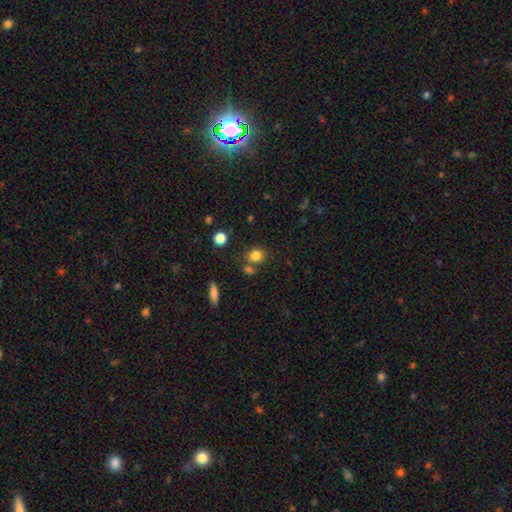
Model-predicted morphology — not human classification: A smooth galaxy with no disk features (82%) that is round (73%). Merging: none (68%).